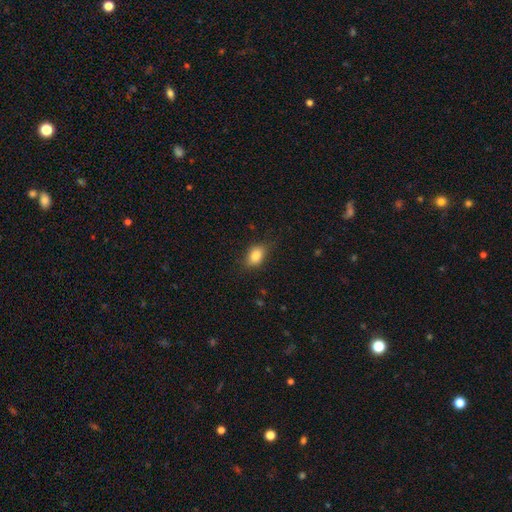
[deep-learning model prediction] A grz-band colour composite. It shows a smooth galaxy with no disk features (83%) that is in between round and cigar-shaped (78%). Merging: none (80%).